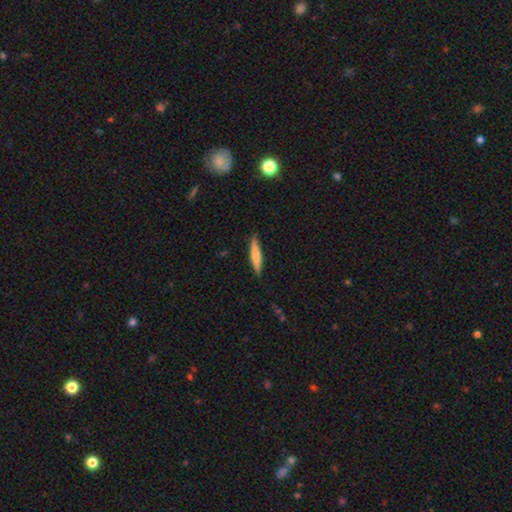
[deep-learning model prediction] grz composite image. It shows a smooth galaxy with no disk features (68%) that is cigar-shaped (90%). Merging: none (88%).